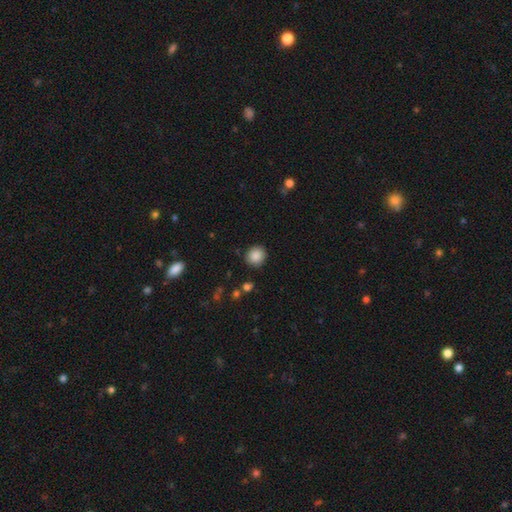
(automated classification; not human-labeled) Overall: smooth (87%). How rounded: round (86%). Merging: none (88%).